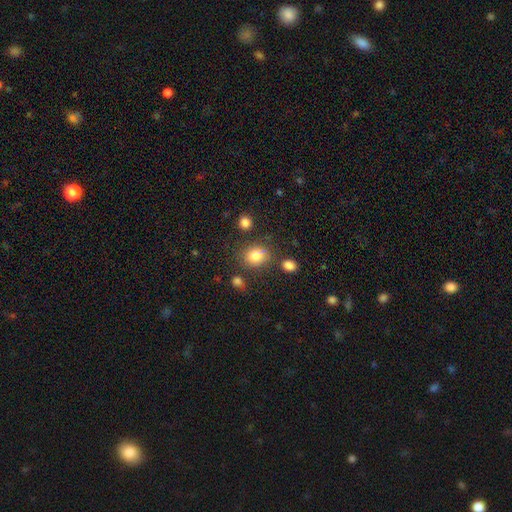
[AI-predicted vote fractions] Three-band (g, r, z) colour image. It shows a smooth galaxy with no disk features (81%) that is round (51%). Merging: none (69%).